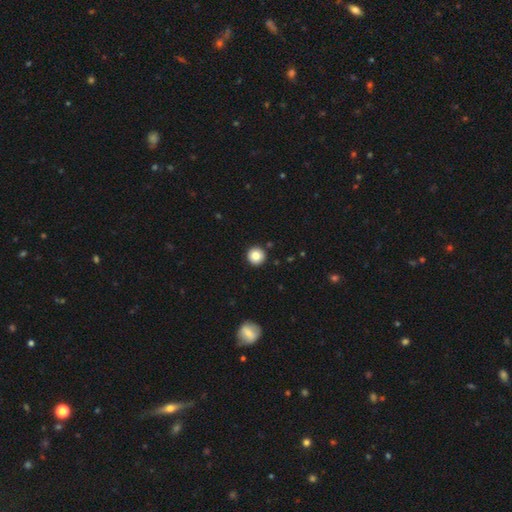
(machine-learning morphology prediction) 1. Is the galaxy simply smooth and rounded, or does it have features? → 83% smooth, 10% star or artifact, 7% featured or disk.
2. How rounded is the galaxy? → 96% round, 3% in between, 1% cigar-shaped.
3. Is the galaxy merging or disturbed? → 93% none, 5% minor disturbance, 1% merger, 1% major disturbance.